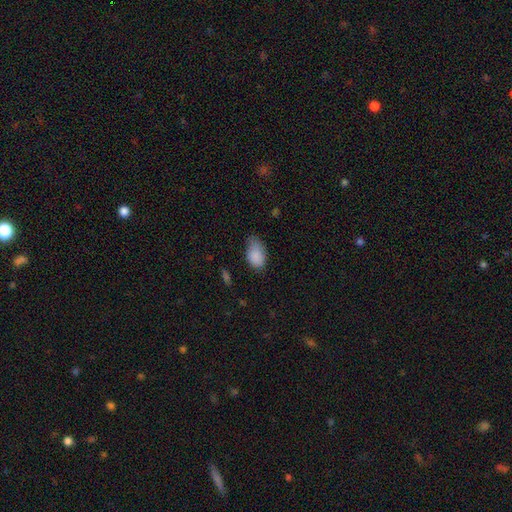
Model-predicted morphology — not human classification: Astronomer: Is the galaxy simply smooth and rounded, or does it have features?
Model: smooth — 87%.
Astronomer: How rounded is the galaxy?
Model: in between — 91%.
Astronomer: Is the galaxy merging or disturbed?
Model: none — 48% (runner-up: minor disturbance, 39%).